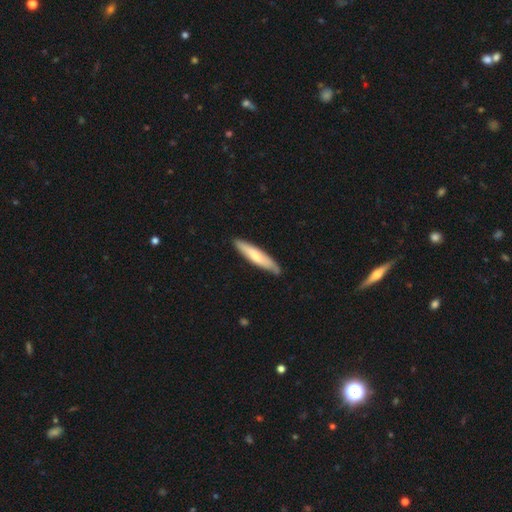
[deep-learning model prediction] Smooth or featured?
  - smooth: 66% *
  - featured or disk: 29%
  - star or artifact: 5%
How rounded?
  - cigar-shaped: 83% *
  - in between: 15%
  - round: 1%
Merging?
  - none: 81% *
  - minor disturbance: 15%
  - major disturbance: 2%
  - merger: 1%